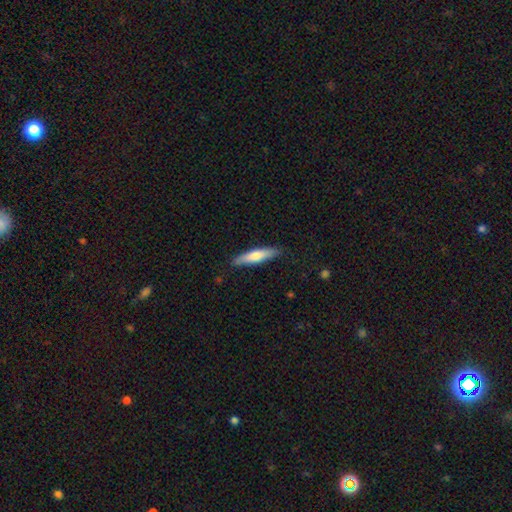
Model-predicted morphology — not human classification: smooth_or_featured: smooth (p=0.68) [alt: featured or disk p=0.27]
how_rounded: cigar-shaped (p=0.80) [alt: in between p=0.18]
merging: none (p=0.87) [alt: minor disturbance p=0.10]